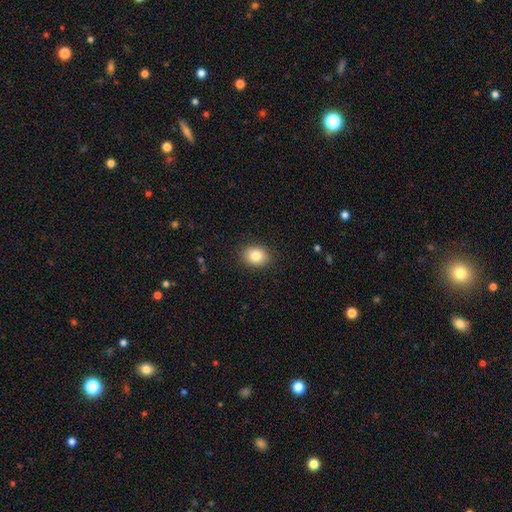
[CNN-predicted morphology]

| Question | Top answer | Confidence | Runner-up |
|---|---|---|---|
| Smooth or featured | smooth | 85% | star or artifact (9%) |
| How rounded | in between | 53% | round (47%) |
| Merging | none | 89% | minor disturbance (8%) |